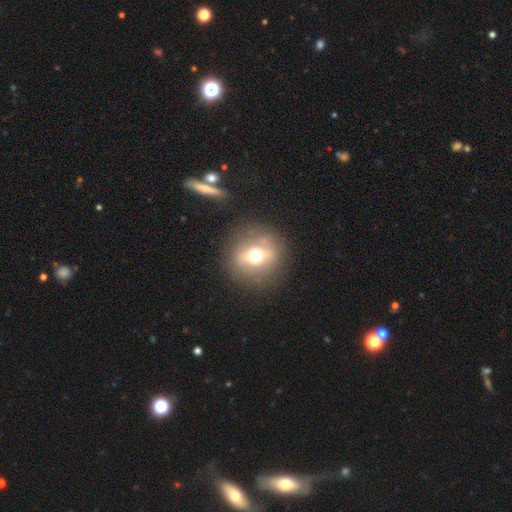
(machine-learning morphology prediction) A smooth galaxy with no disk features (45%).

Vote fractions:
- Smooth or featured? smooth: 45% / featured or disk: 43% / star or artifact: 12%
- Merging? none: 84% / minor disturbance: 10% / major disturbance: 5% / merger: 2%